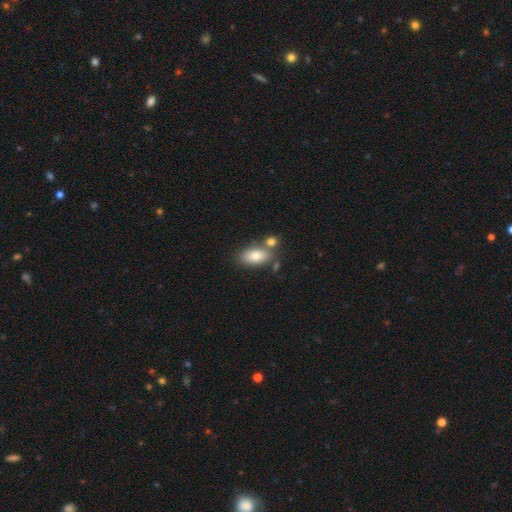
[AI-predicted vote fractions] Smooth or featured? smooth (79%)
How rounded? in between (89%)
Merging? none (63%)